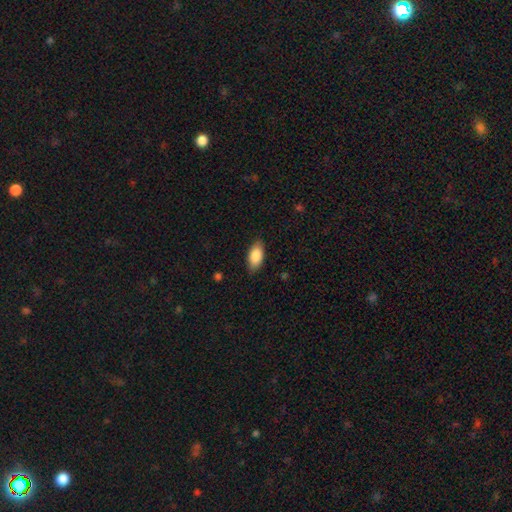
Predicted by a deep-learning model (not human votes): The model was most divided on "merging": none: 86%, minor disturbance: 11%, major disturbance: 2%, merger: 1%. More confident: how rounded — in between (92%); smooth or featured — smooth (87%).